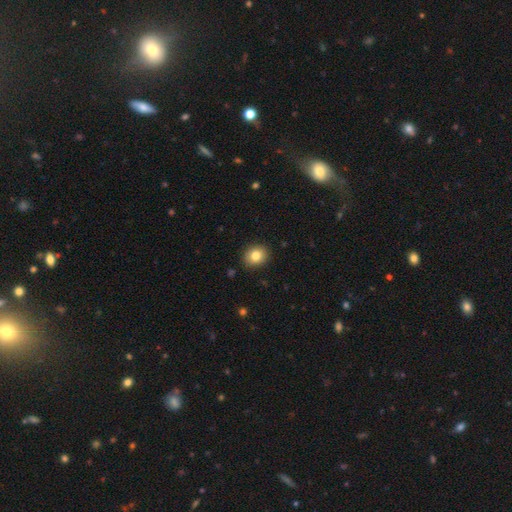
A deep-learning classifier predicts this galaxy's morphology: This is clearly a smooth galaxy (82%). How rounded: likely round (66%). Merging: clearly none (90%).